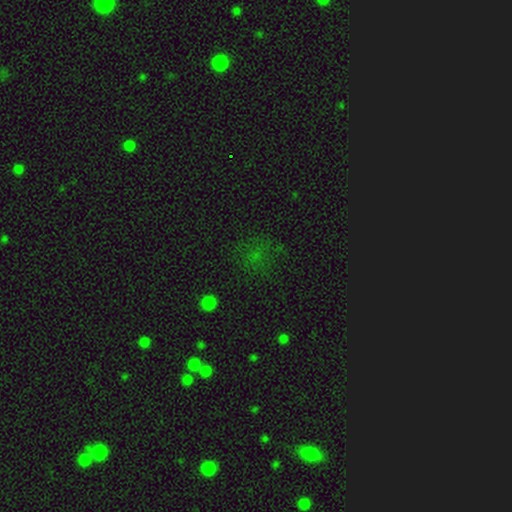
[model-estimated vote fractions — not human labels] Smooth or featured: star or artifact — 50% (smooth — 41%)